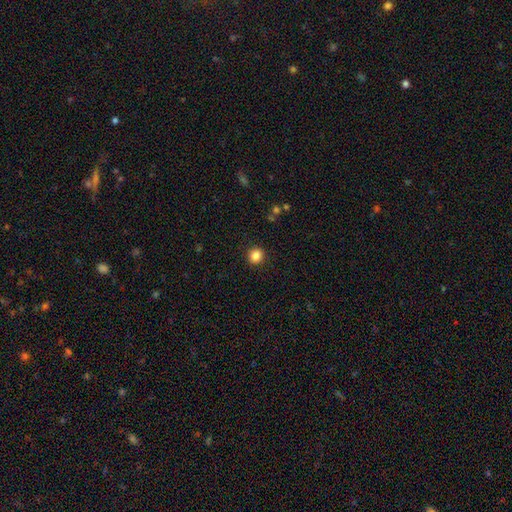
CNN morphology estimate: Smooth or featured?
  - smooth: 85% *
  - star or artifact: 11%
  - featured or disk: 4%
How rounded?
  - round: 89% *
  - in between: 10%
  - cigar-shaped: 1%
Merging?
  - none: 92% *
  - minor disturbance: 5%
  - major disturbance: 2%
  - merger: 1%